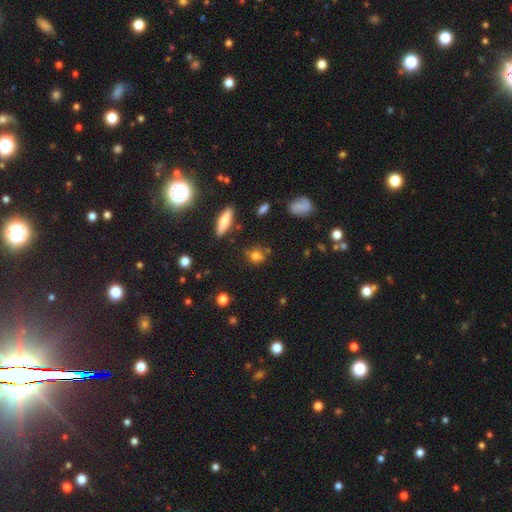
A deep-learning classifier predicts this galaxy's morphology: Smooth or featured?
  - smooth: 67% *
  - star or artifact: 18%
  - featured or disk: 15%
How rounded?
  - round: 65% *
  - in between: 30%
  - cigar-shaped: 5%
Merging?
  - none: 68% *
  - minor disturbance: 16%
  - merger: 10%
  - major disturbance: 5%